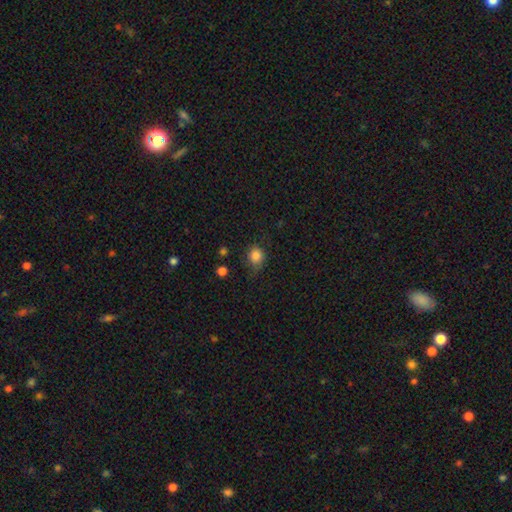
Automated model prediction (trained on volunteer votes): Smooth or featured: smooth — 84% (star or artifact — 11%)
How rounded: round — 73% (in between — 26%)
Merging: none — 65% (minor disturbance — 26%)